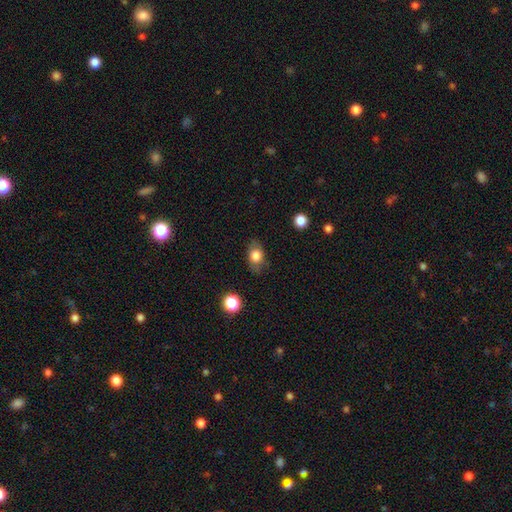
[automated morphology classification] smooth 77%, featured or disk 15%, star or artifact 8%. Down the decision tree: how rounded — in between (76%); merging — none (75%).